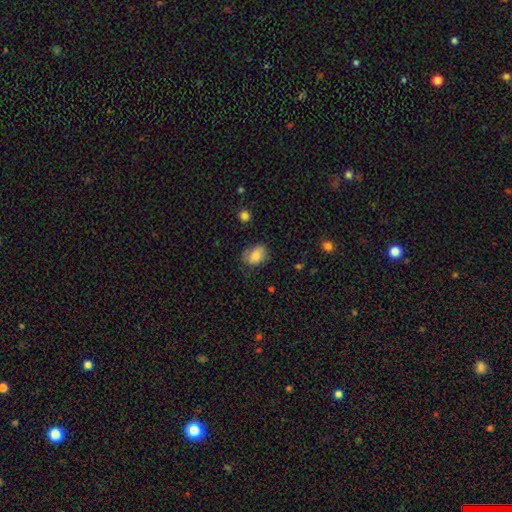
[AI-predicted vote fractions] Smooth or featured?
  - smooth: 78% *
  - featured or disk: 14%
  - star or artifact: 8%
How rounded?
  - in between: 78% *
  - round: 21%
  - cigar-shaped: 1%
Merging?
  - none: 64% *
  - minor disturbance: 26%
  - major disturbance: 8%
  - merger: 2%